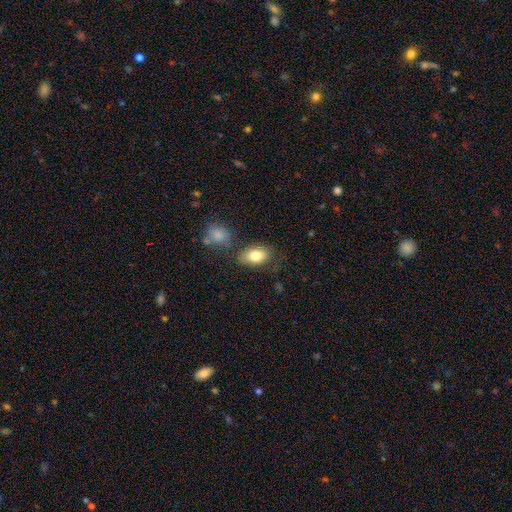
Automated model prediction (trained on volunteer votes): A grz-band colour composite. It shows a smooth galaxy with no disk features (80%) that is in between round and cigar-shaped (88%). Merging: none (67%).